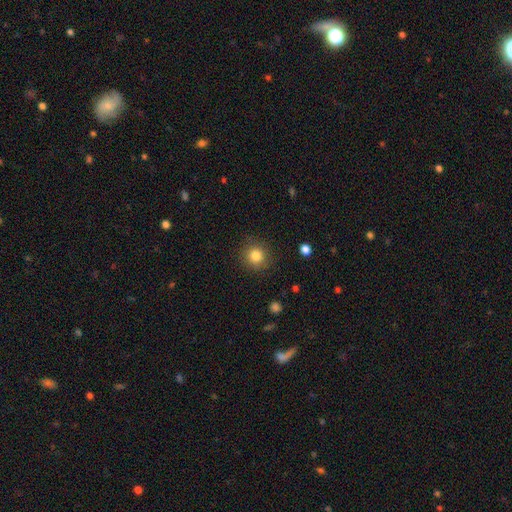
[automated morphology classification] Smooth or featured: smooth — 83% (star or artifact — 11%)
How rounded: round — 92% (in between — 7%)
Merging: none — 88% (minor disturbance — 8%)